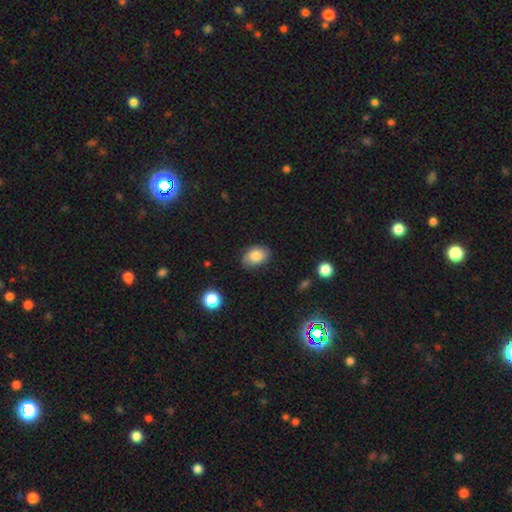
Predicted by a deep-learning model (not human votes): This is clearly a smooth galaxy (83%). How rounded: clearly in between (85%). Merging: likely none (76%).